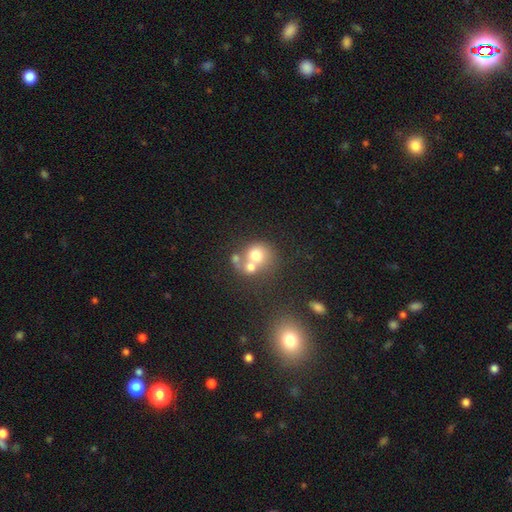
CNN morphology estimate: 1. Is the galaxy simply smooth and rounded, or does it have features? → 65% smooth, 23% featured or disk, 12% star or artifact.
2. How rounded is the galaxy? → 76% round, 23% in between, 1% cigar-shaped.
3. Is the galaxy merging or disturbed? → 56% merger, 30% none, 8% minor disturbance, 6% major disturbance.